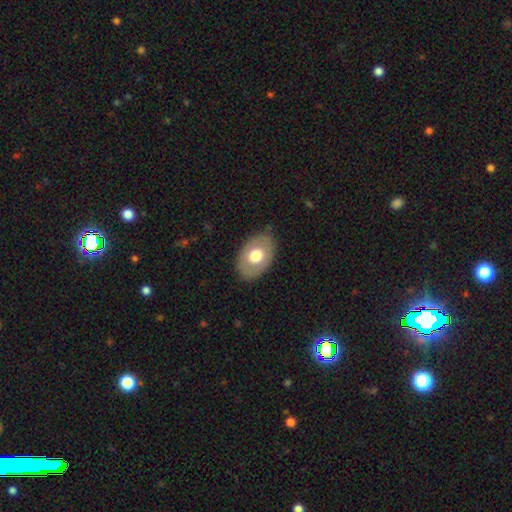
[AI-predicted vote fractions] A smooth galaxy with no disk features (61%) that is in between round and cigar-shaped (83%). Merging: none (84%).